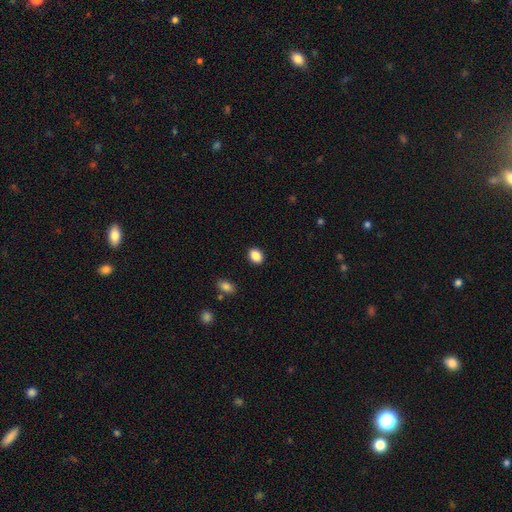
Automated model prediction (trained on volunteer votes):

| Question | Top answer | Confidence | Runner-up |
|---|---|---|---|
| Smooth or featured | smooth | 88% | star or artifact (9%) |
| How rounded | in between | 64% | round (35%) |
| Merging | none | 90% | minor disturbance (7%) |